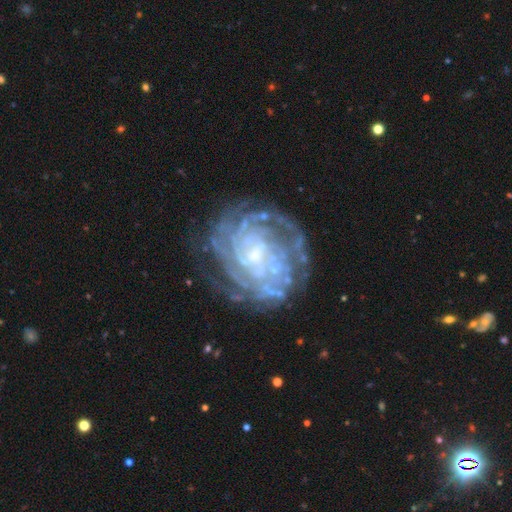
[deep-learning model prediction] smooth-or-featured: featured or disk: 87% | star or artifact: 7% | smooth: 6%
  disk-edge-on: no: 97% | yes: 3%
    bar: no: 45% | weak: 41% | strong: 13%
    has-spiral-arms: yes: 93% | no: 7%
      spiral-winding: tight: 74% | medium: 21% | loose: 5%
      spiral-arm-count: can't tell: 39% | 4: 16% | more than 4: 15% | 3: 12% | 2: 11% | 1: 7%
    bulge-size: small: 63% | moderate: 23% | none: 10% | large: 3% | dominant: 1%
  merging: none: 72% | minor disturbance: 16% | major disturbance: 10% | merger: 2%